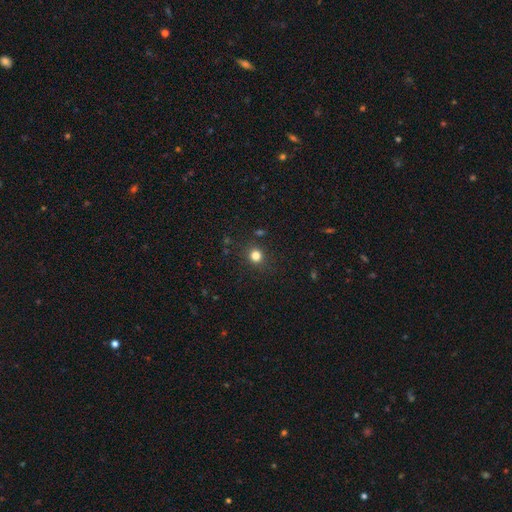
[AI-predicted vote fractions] A smooth galaxy with no disk features (81%) that is round (87%). Merging: none (88%).